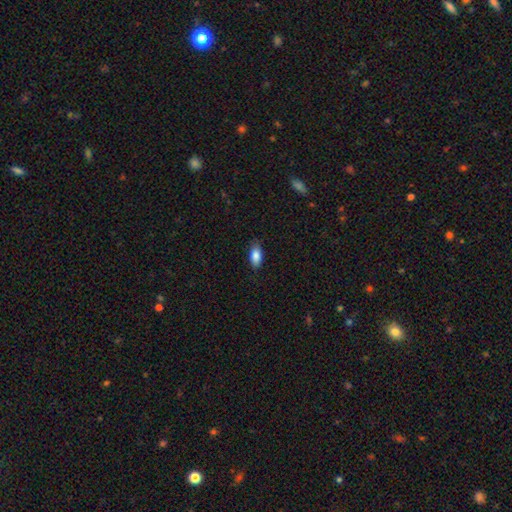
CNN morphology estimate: type=smooth (87%); roundness=in between (90%); merging=none (82%).